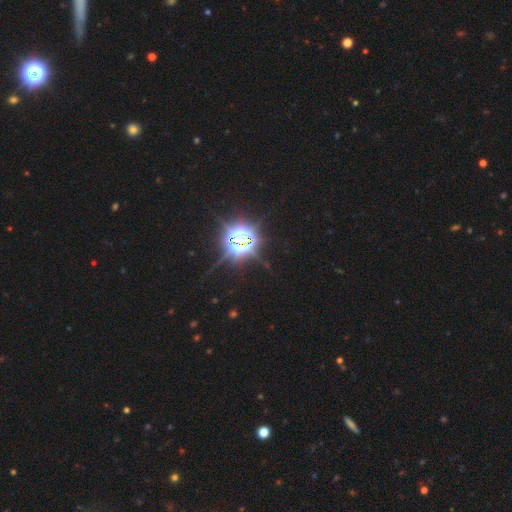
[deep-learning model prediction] Overall: star or artifact (87%).